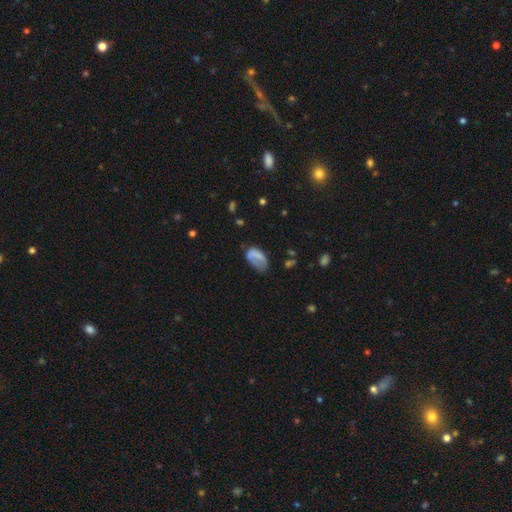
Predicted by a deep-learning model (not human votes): This appears to be a smooth galaxy with no disk features (66%) that is in between round and cigar-shaped (92%). Merging: none (38%).